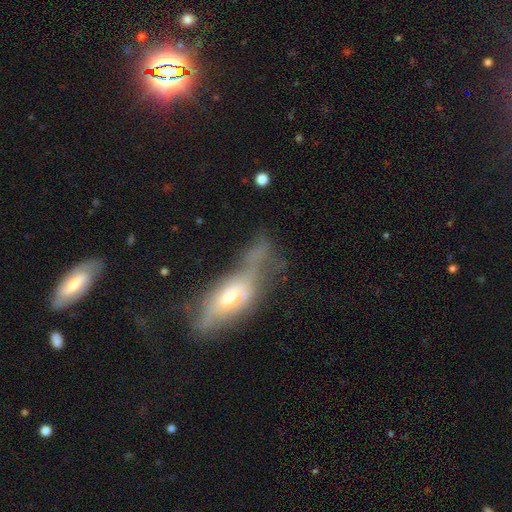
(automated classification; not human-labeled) Overall: featured or disk (48%; smooth 41%). Merging: major disturbance (38%; none 27%).